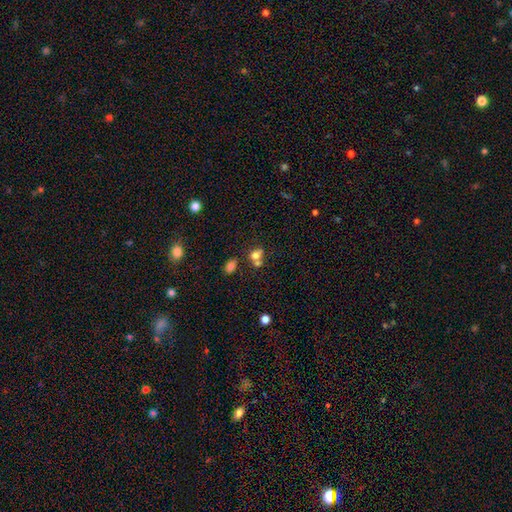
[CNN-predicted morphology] smooth-or-featured: smooth: 72% | featured or disk: 14% | star or artifact: 14%
  how-rounded: in between: 51% | round: 47% | cigar-shaped: 2%
  merging: merger: 51% | none: 34% | minor disturbance: 10% | major disturbance: 5%